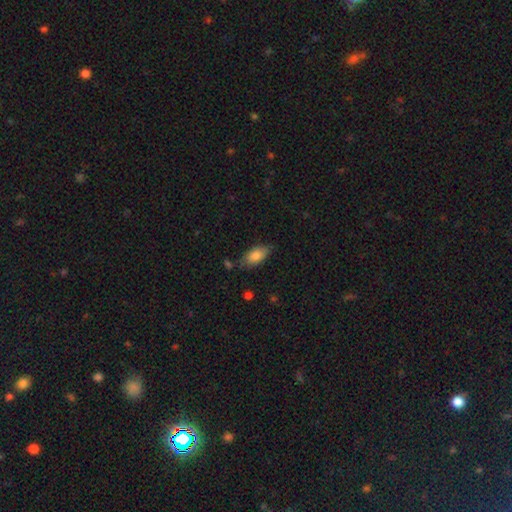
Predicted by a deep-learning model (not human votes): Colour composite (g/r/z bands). It shows a smooth galaxy with no disk features (81%) that is in between round and cigar-shaped (90%). Merging: none (72%).